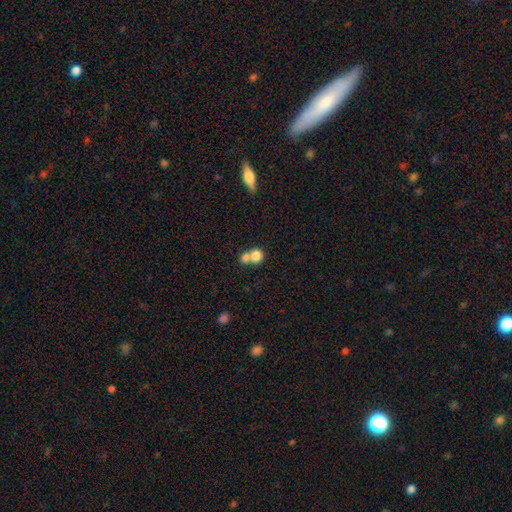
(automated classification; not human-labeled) Smooth or featured?
  - smooth: 79% *
  - featured or disk: 12%
  - star or artifact: 9%
How rounded?
  - round: 78% *
  - in between: 21%
  - cigar-shaped: 1%
Merging?
  - merger: 61% *
  - none: 30%
  - minor disturbance: 6%
  - major disturbance: 3%